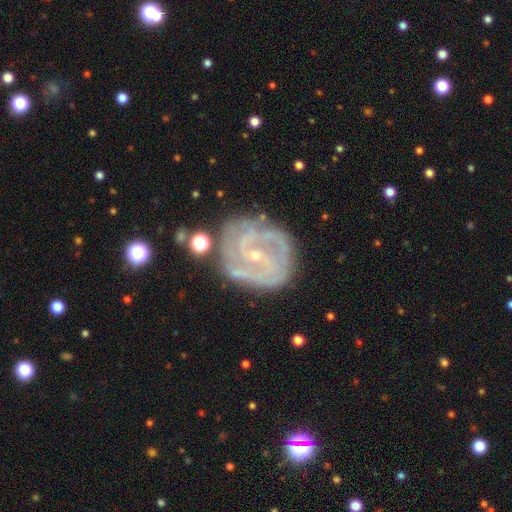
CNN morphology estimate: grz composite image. It shows a featured or disk galaxy (86%) with a weak bar (41%), 2 (43%) tight (55%) spiral arms (94%) and a small central bulge (85%). Merging: none (69%).